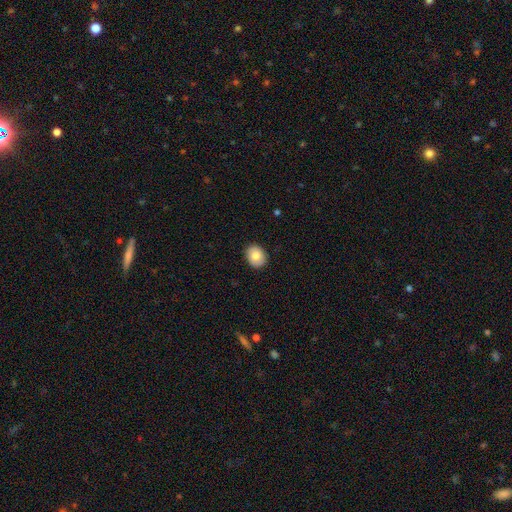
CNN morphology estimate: This is clearly a smooth galaxy (82%). How rounded: possibly in between (53%). Merging: clearly none (90%).